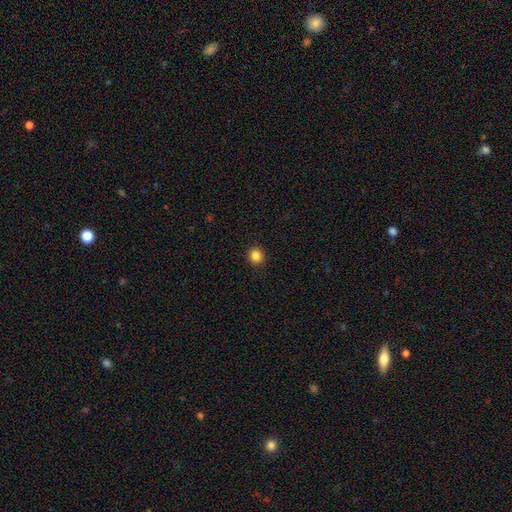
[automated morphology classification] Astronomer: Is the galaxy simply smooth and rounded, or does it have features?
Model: smooth — 84%.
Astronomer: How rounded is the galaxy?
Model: round — 89%.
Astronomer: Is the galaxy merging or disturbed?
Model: none — 92%.